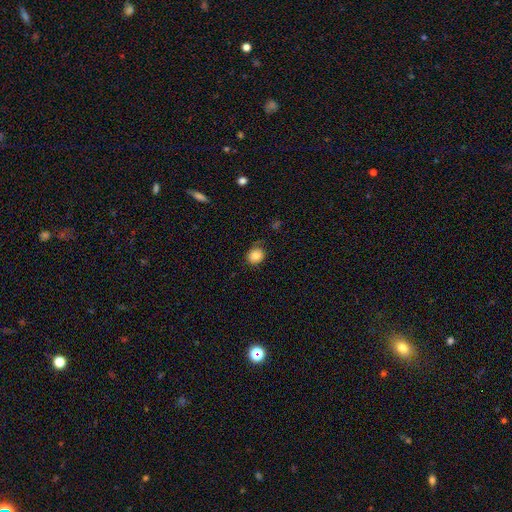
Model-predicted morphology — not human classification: A smooth galaxy with no disk features (82%) that is round (76%). Merging: none (70%).